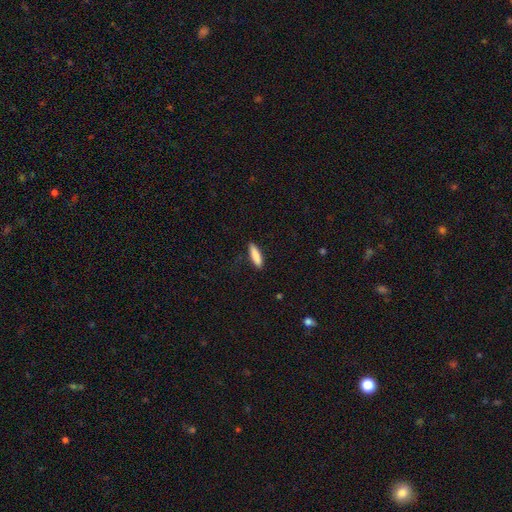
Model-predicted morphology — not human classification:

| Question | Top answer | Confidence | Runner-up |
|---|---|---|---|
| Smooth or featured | smooth | 86% | featured or disk (8%) |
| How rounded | cigar-shaped | 68% | in between (30%) |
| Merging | none | 87% | minor disturbance (10%) |